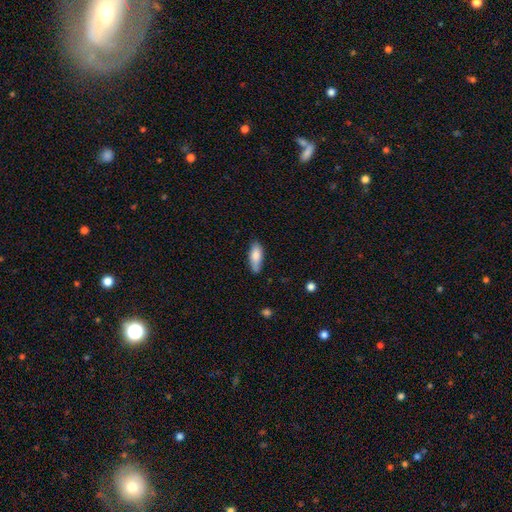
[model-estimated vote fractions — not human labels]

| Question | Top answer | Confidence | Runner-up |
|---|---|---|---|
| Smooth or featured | smooth | 82% | featured or disk (12%) |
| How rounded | in between | 76% | cigar-shaped (22%) |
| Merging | none | 75% | minor disturbance (20%) |